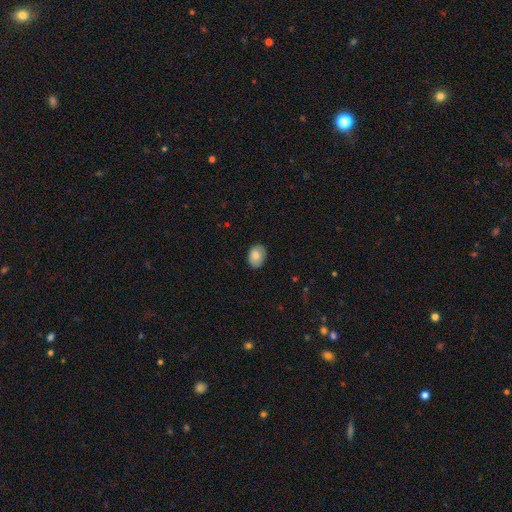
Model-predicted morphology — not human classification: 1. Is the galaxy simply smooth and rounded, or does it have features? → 83% smooth, 9% featured or disk, 7% star or artifact.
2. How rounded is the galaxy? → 75% in between, 24% round, 1% cigar-shaped.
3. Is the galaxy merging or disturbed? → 85% none, 12% minor disturbance, 2% major disturbance, 1% merger.